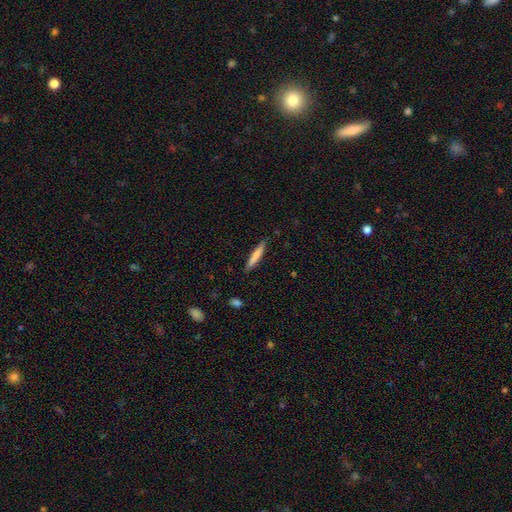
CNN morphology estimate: This is likely a smooth galaxy (75%). How rounded: clearly cigar-shaped (93%). Merging: clearly none (86%).